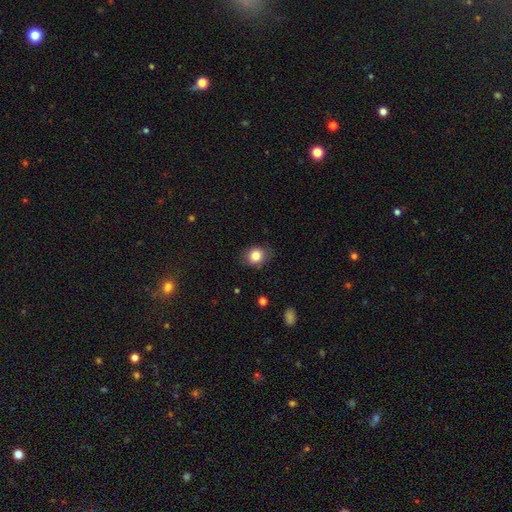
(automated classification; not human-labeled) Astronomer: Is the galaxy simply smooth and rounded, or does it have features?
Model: smooth — 84%.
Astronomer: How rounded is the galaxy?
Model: round — 64%.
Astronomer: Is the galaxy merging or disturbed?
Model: none — 79%.